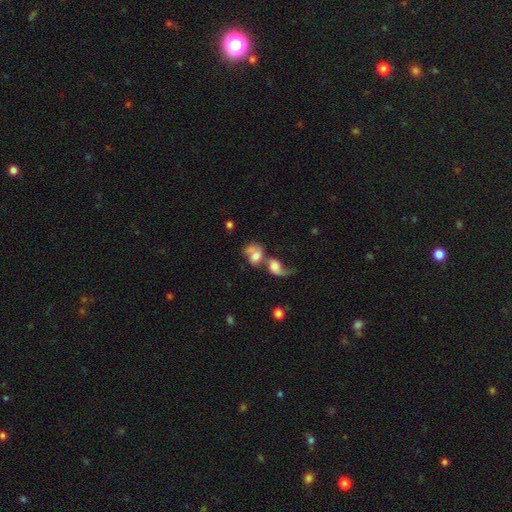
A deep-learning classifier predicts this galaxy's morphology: This is possibly a smooth galaxy (54%). How rounded: possibly in between (56%). Merging: likely merger (66%).